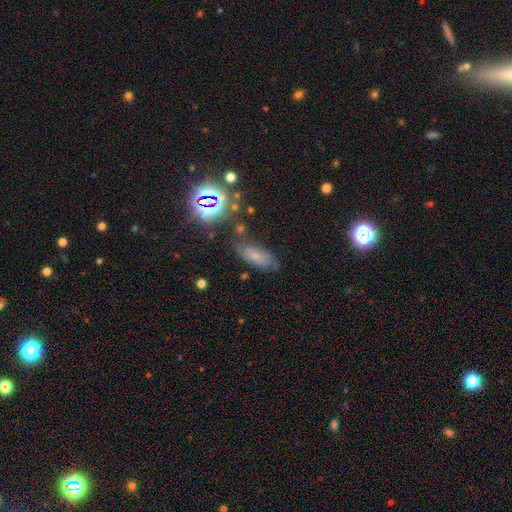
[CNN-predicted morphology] smooth 49%, featured or disk 26%, star or artifact 25%. Down the decision tree: merging — none (66%).